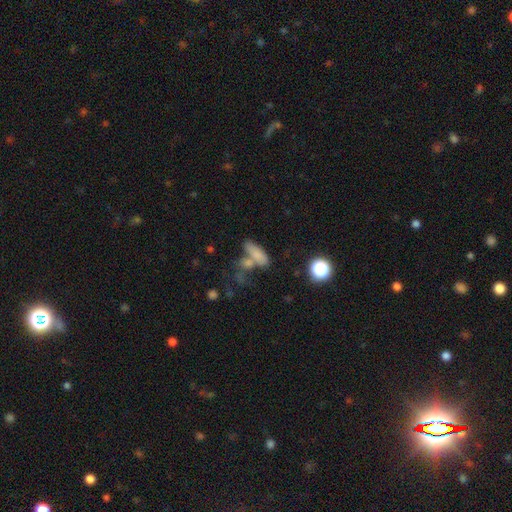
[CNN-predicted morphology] Smooth or featured? Predicted: smooth (p=0.75). How rounded? Predicted: in between (p=0.61). Merging? Predicted: merger (p=0.41).